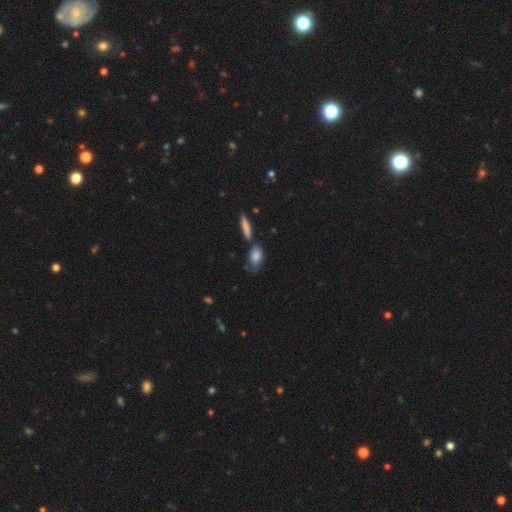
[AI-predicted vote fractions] Smooth or featured: smooth — 79% (featured or disk — 14%)
How rounded: in between — 80% (cigar-shaped — 13%)
Merging: none — 58% (minor disturbance — 21%)